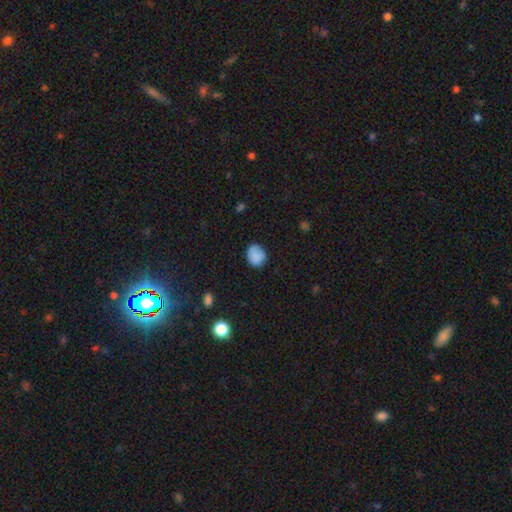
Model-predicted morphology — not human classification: The model was most divided on "how rounded": round: 59%, in between: 40%, cigar-shaped: 1%. More confident: smooth or featured — smooth (85%); merging — none (75%).